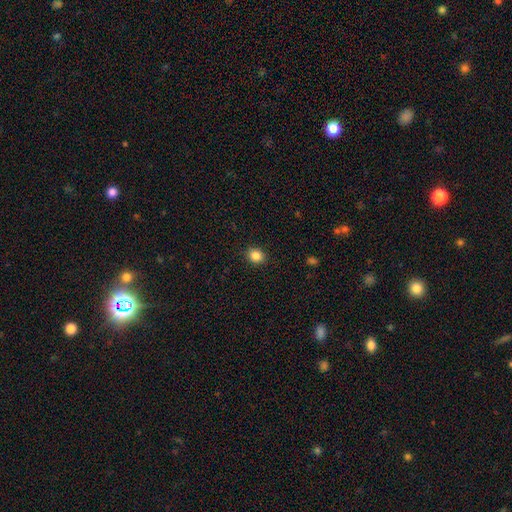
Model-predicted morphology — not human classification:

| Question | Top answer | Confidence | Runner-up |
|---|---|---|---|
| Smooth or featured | smooth | 85% | star or artifact (10%) |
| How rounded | round | 71% | in between (28%) |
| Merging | none | 90% | minor disturbance (7%) |